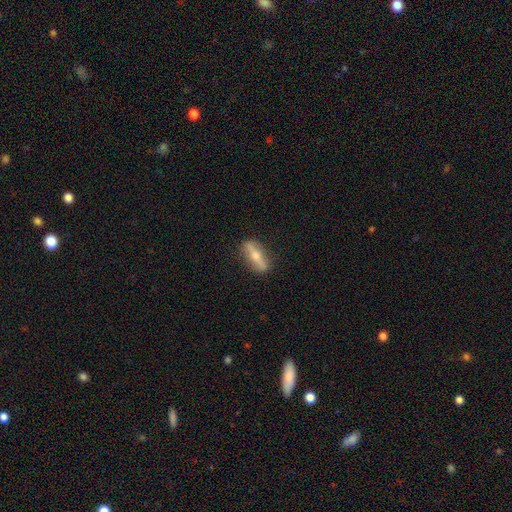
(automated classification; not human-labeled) A featured or disk galaxy (60%) viewed edge-on (72%). Merging: none (86%).